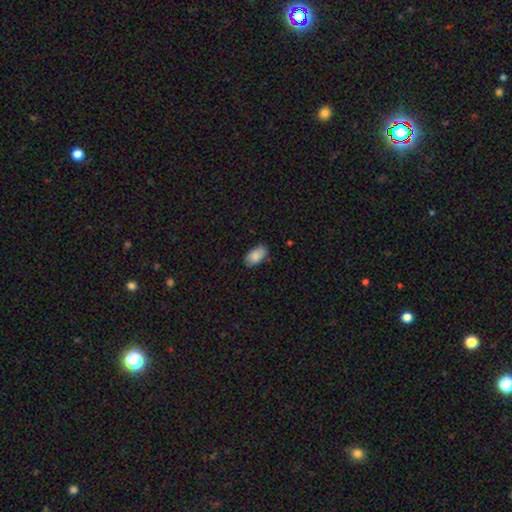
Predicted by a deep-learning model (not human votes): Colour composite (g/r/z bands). It shows a smooth galaxy with no disk features (86%) that is in between round and cigar-shaped (94%). Merging: none (80%).